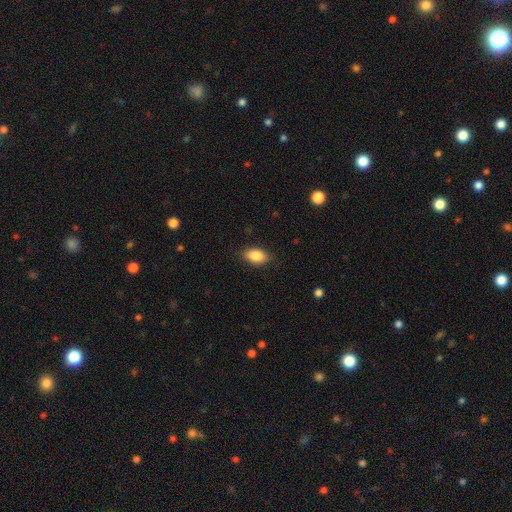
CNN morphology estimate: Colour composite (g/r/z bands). It shows a smooth galaxy with no disk features (86%) that is in between round and cigar-shaped (90%). Merging: none (85%).